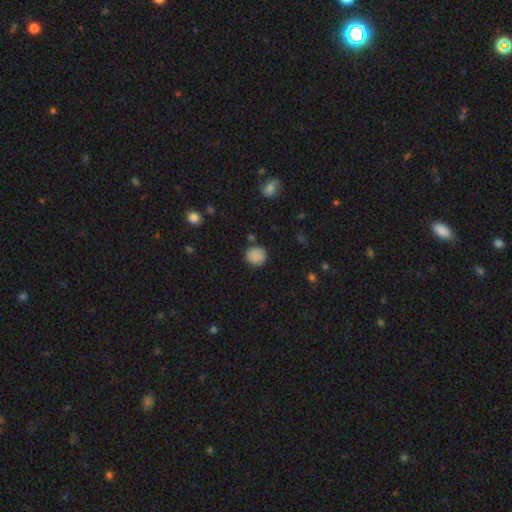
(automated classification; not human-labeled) Smooth or featured: smooth — 86% (star or artifact — 9%)
How rounded: round — 88% (in between — 12%)
Merging: none — 82% (minor disturbance — 12%)